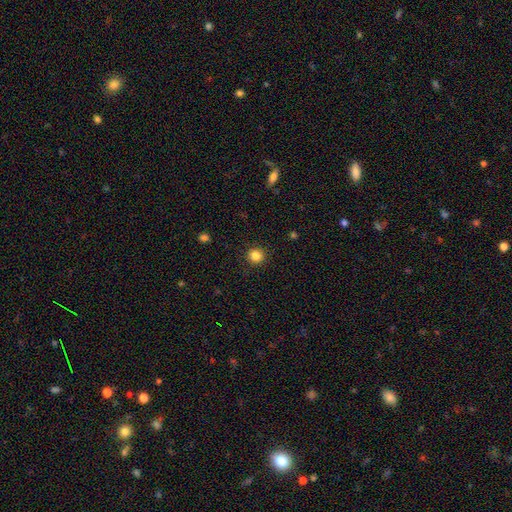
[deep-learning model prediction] Q: Smooth or featured?
A: smooth (85%); runner-up: star or artifact (12%)
Q: How rounded?
A: round (94%); runner-up: in between (5%)
Q: Merging?
A: none (92%); runner-up: minor disturbance (5%)